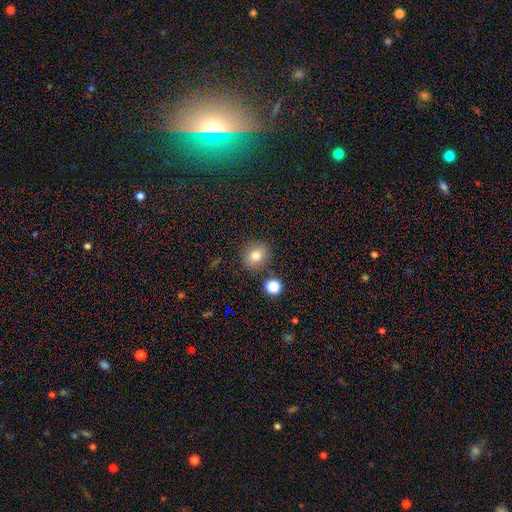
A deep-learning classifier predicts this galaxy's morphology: Overall: smooth (78%). How rounded: round (79%). Merging: none (83%).